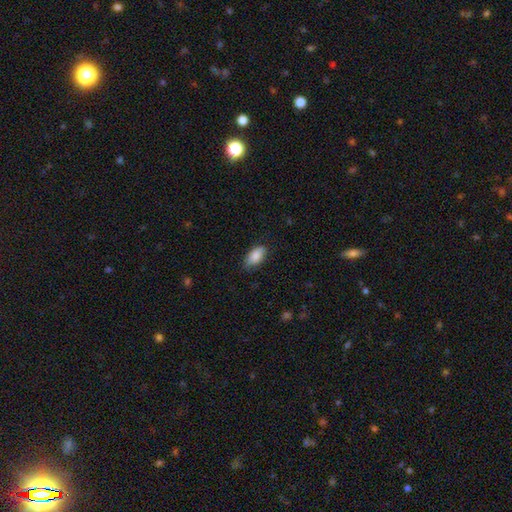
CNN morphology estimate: smooth_or_featured: smooth (p=0.85) [alt: featured or disk p=0.08]
how_rounded: in between (p=0.92) [alt: cigar-shaped p=0.05]
merging: none (p=0.76) [alt: minor disturbance p=0.19]